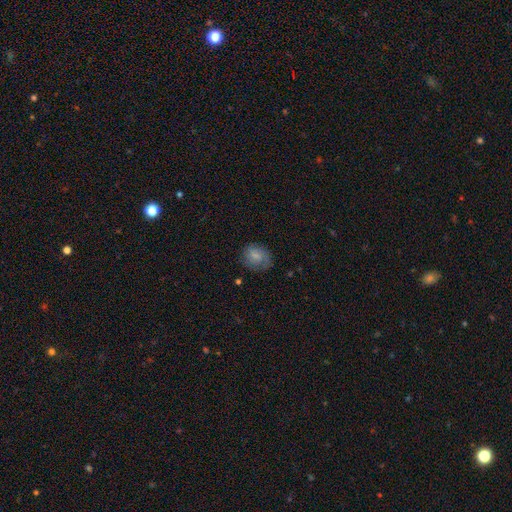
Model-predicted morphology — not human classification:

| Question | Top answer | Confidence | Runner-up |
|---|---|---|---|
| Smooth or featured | smooth | 62% | featured or disk (30%) |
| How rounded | round | 53% | in between (46%) |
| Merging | none | 68% | minor disturbance (22%) |